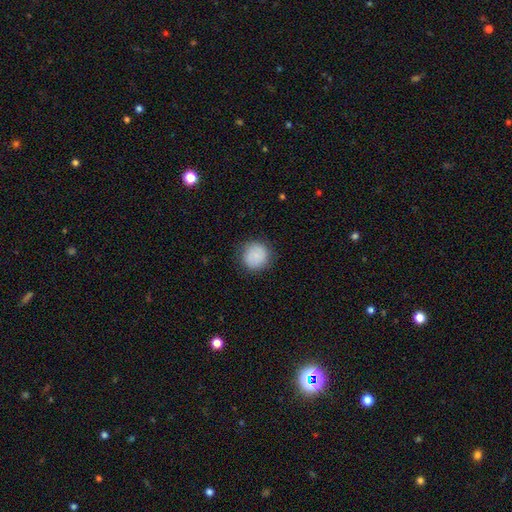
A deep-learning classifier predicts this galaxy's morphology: A smooth galaxy with no disk features (85%) that is round (93%).

Vote fractions:
- Smooth or featured? smooth: 85% / featured or disk: 8% / star or artifact: 7%
- How rounded? round: 93% / in between: 6% / cigar-shaped: 1%
- Merging? none: 86% / minor disturbance: 10% / major disturbance: 3% / merger: 1%